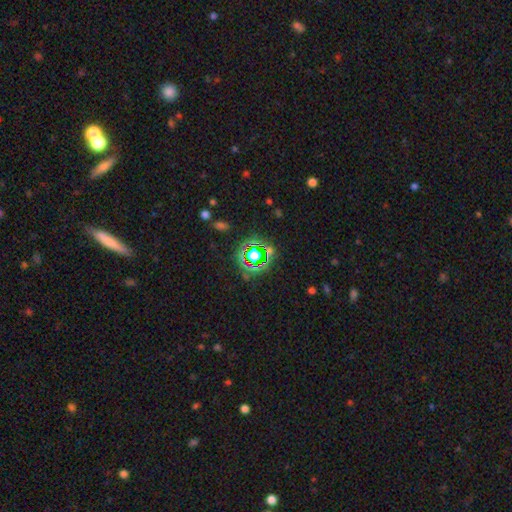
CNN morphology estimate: The model was most divided on "smooth or featured": star or artifact: 76%, smooth: 15%, featured or disk: 9%.